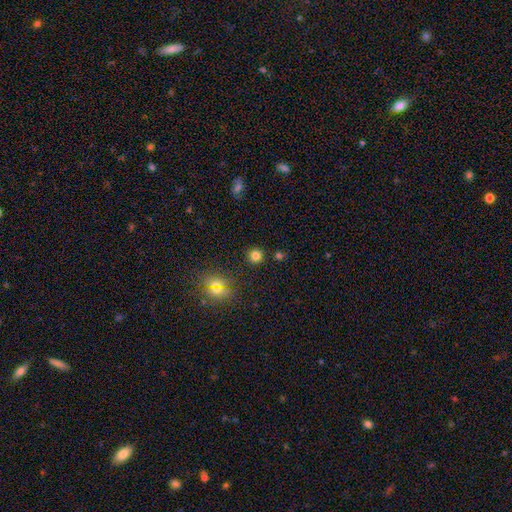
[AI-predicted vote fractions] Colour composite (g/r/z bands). It shows a smooth galaxy with no disk features (75%) that is round (93%). Merging: none (87%).